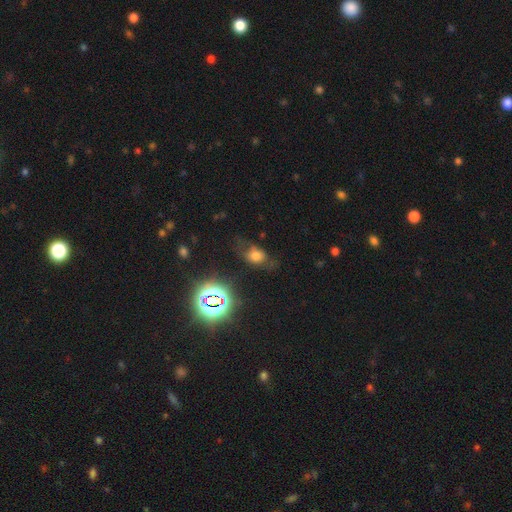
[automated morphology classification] Smooth or featured? Predicted: smooth (p=0.56). How rounded? Predicted: in between (p=0.65). Merging? Predicted: none (p=0.53).